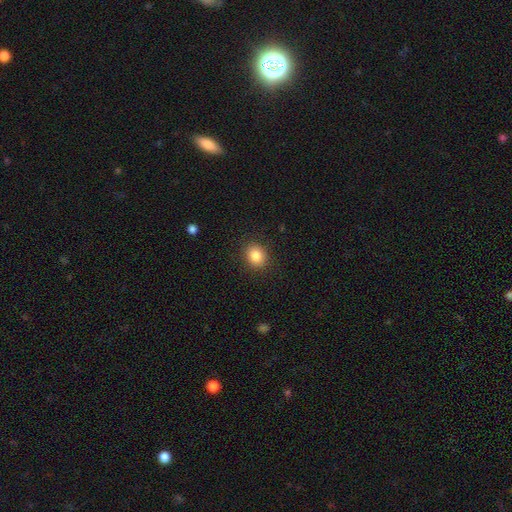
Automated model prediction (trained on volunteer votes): A smooth galaxy with no disk features (85%) that is round (66%). Merging: none (89%).